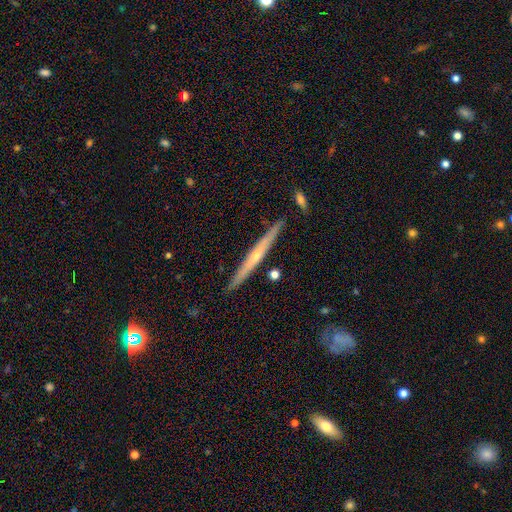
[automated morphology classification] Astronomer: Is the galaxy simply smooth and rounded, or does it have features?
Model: featured or disk — 67%.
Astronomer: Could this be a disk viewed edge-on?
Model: yes — 96%.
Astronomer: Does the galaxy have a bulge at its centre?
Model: rounded — 60% (runner-up: none, 37%).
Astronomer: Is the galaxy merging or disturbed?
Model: none — 88%.